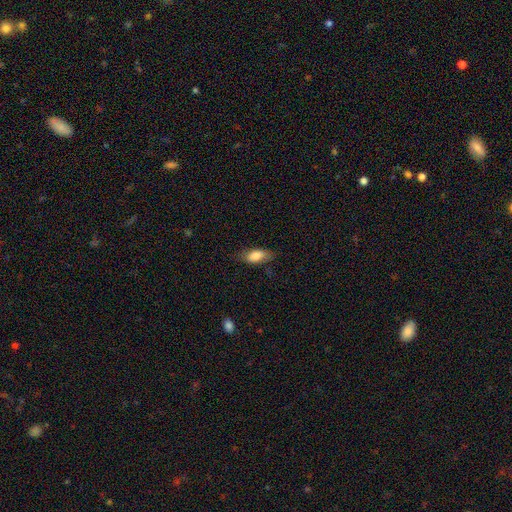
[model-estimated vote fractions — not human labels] This is clearly a smooth galaxy (81%). How rounded: clearly in between (82%). Merging: likely none (72%).